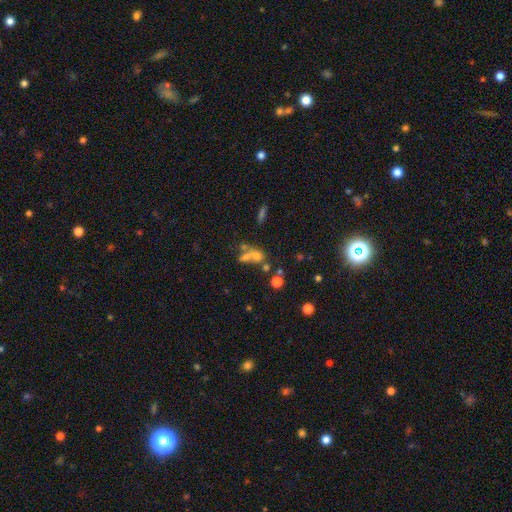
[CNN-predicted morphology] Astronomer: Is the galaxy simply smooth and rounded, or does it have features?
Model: smooth — 56%.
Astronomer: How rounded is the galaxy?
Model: in between — 50% (runner-up: round, 45%).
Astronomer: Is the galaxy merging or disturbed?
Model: merger — 52% (runner-up: none, 27%).